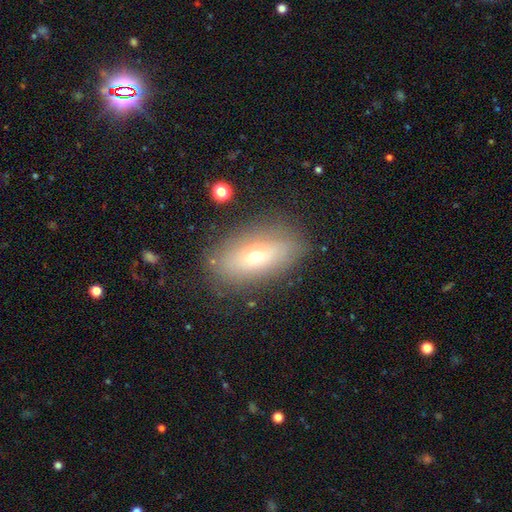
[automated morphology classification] Smooth or featured?
  - smooth: 58% *
  - featured or disk: 30%
  - star or artifact: 12%
How rounded?
  - in between: 81% *
  - cigar-shaped: 11%
  - round: 8%
Merging?
  - none: 82% *
  - minor disturbance: 12%
  - major disturbance: 5%
  - merger: 2%